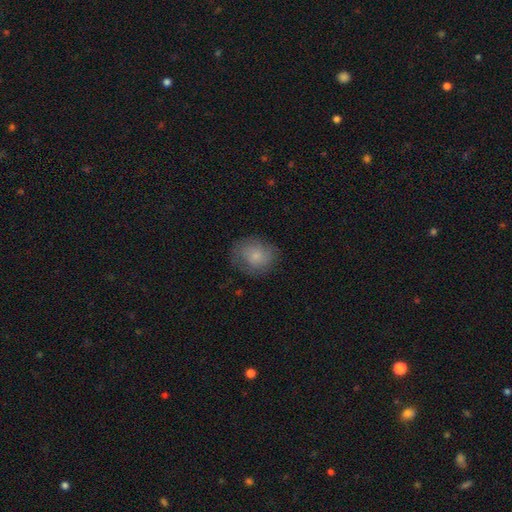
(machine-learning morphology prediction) The model was most divided on "how rounded": round: 62%, in between: 37%, cigar-shaped: 1%. More confident: smooth or featured — smooth (71%); merging — none (70%).